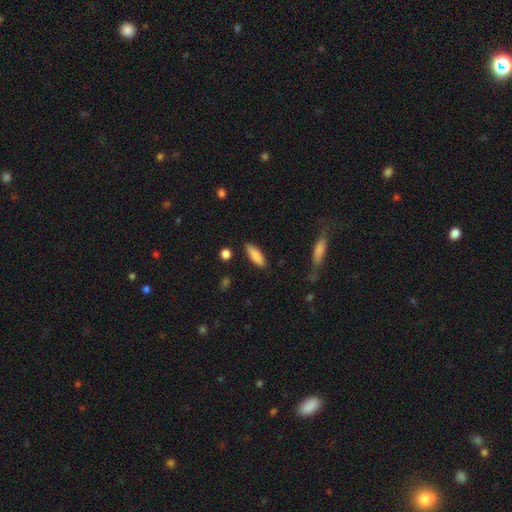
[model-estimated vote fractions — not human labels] smooth 85%, featured or disk 9%, star or artifact 6%. Down the decision tree: how rounded — in between (51%); merging — none (85%).